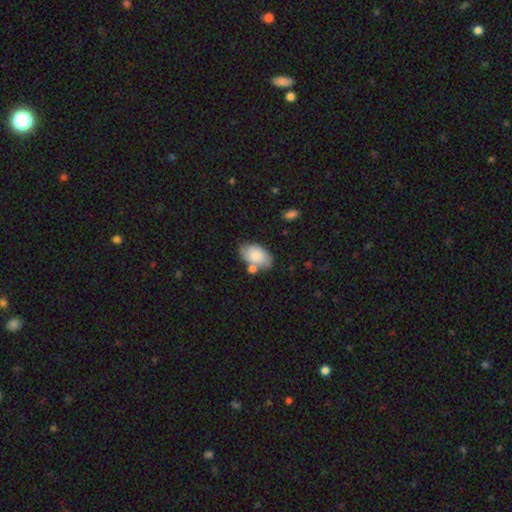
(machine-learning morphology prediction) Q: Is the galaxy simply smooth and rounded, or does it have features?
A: smooth — 69%.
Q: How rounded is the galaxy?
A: in between — 92%.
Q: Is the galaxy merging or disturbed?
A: none — 56%.